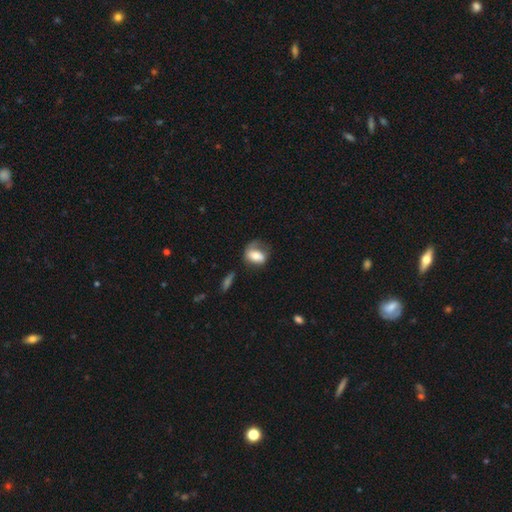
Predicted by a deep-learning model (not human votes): Q: Smooth or featured?
A: smooth (63%); runner-up: featured or disk (29%)
Q: How rounded?
A: in between (73%); runner-up: round (24%)
Q: Merging?
A: none (37%); runner-up: major disturbance (30%)